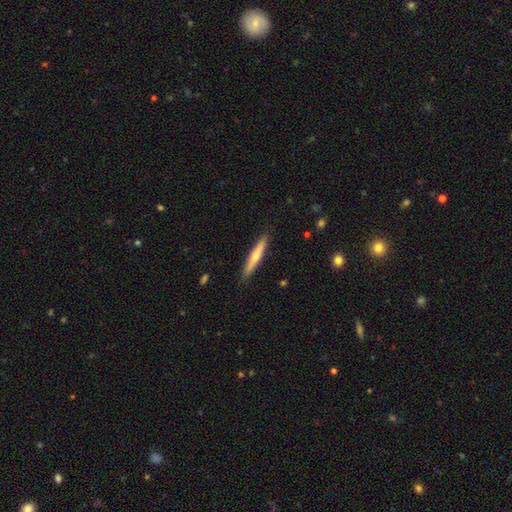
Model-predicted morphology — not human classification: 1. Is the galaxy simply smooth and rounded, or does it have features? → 52% smooth, 43% featured or disk, 5% star or artifact.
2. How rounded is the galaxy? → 94% cigar-shaped, 5% in between, 1% round.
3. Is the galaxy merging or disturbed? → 89% none, 8% minor disturbance, 1% major disturbance, 1% merger.